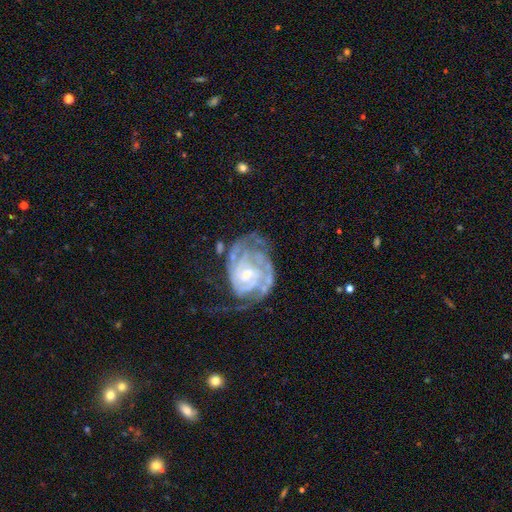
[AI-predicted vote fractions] Q: Smooth or featured?
A: featured or disk (84%); runner-up: star or artifact (9%)
Q: Edge-on disk?
A: no (97%); runner-up: yes (3%)
Q: Bar?
A: no (58%); runner-up: weak (30%)
Q: Spiral arms?
A: yes (97%); runner-up: no (3%)
Q: Spiral winding?
A: tight (70%); runner-up: medium (24%)
Q: Spiral arm count?
A: 2 (33%); runner-up: 3 (25%)
Q: Bulge size?
A: small (57%); runner-up: moderate (36%)
Q: Merging?
A: none (56%); runner-up: minor disturbance (22%)